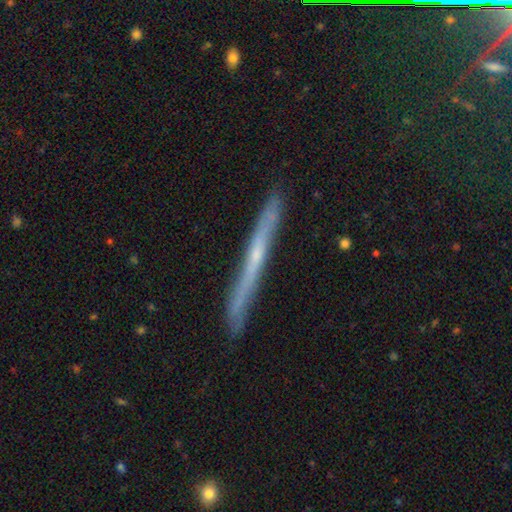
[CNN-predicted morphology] Smooth or featured? featured or disk (64%)
Edge-on disk? yes (95%)
Edge-on bulge? none (64%)
Merging? none (86%)